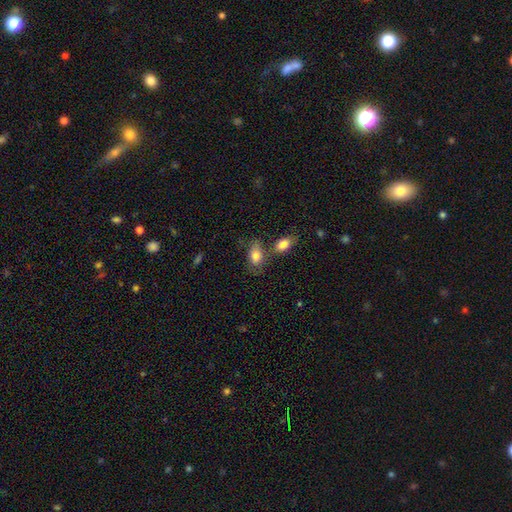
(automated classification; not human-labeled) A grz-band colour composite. It shows a smooth galaxy with no disk features (80%) that is in between round and cigar-shaped (87%). Merging: none (48%).